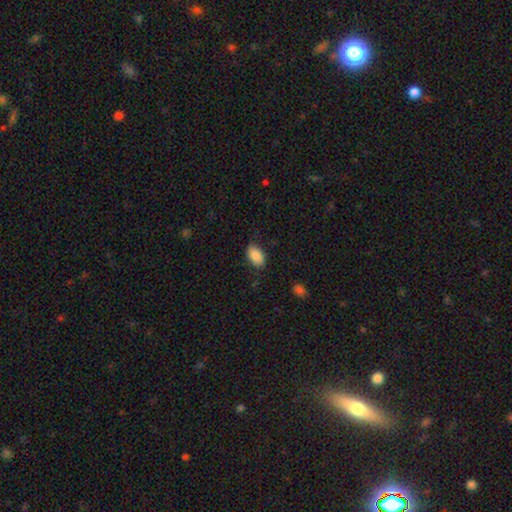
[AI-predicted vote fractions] Smooth or featured: smooth — 88% (star or artifact — 7%)
How rounded: in between — 92% (round — 7%)
Merging: none — 80% (minor disturbance — 16%)